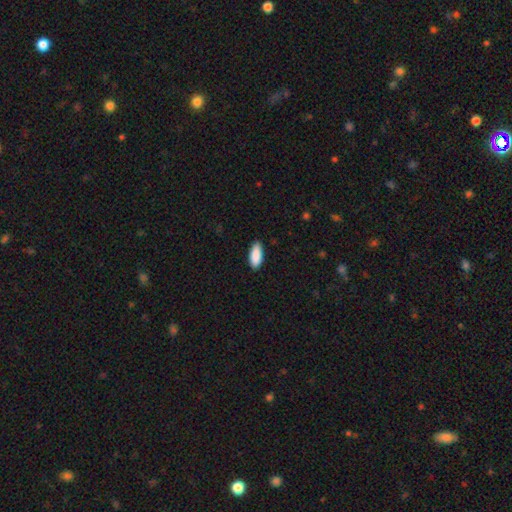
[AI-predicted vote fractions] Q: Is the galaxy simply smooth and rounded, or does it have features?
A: smooth — 90%.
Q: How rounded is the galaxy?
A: in between — 84%.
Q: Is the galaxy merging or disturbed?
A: none — 87%.